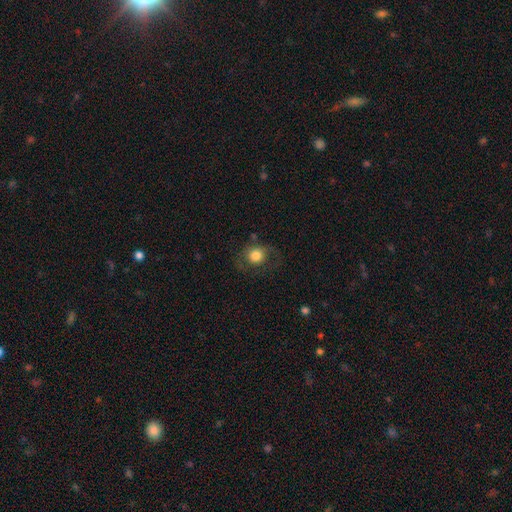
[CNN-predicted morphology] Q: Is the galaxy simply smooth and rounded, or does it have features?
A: smooth — 75%.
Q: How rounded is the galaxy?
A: round — 76%.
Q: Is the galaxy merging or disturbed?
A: none — 63%.